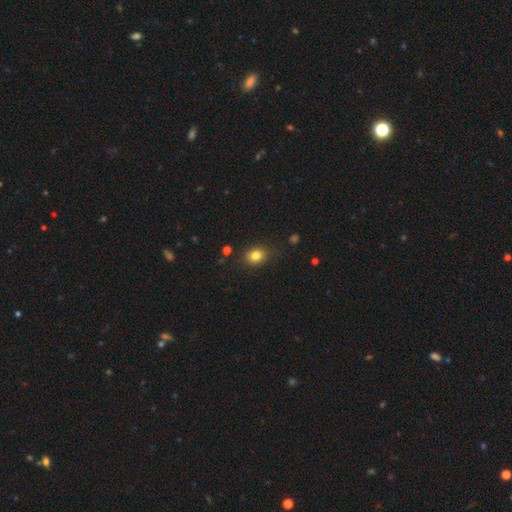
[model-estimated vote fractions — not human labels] Morphology: type=smooth (82%); roundness=round (52%); merging=none (83%).